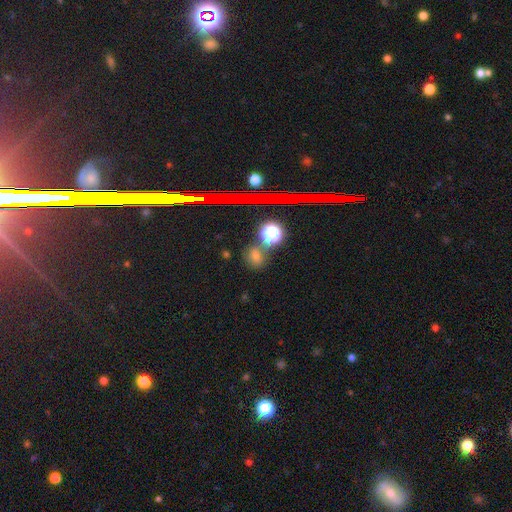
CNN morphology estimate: type=smooth (49%); merging=none (71%).